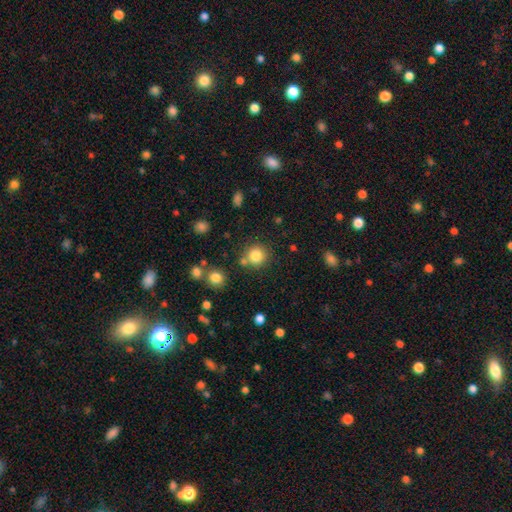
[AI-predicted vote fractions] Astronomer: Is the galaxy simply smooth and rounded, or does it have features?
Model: smooth — 82%.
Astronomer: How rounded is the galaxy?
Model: round — 92%.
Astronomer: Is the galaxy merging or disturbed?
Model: none — 76%.